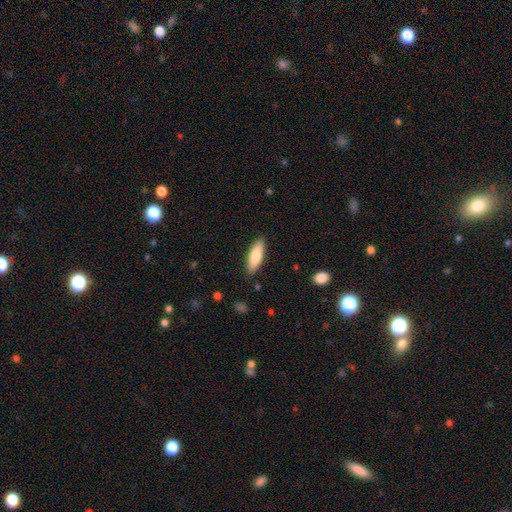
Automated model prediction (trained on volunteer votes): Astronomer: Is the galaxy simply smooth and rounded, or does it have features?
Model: smooth — 82%.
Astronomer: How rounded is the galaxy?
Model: in between — 50% (runner-up: cigar-shaped, 48%).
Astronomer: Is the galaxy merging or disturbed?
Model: none — 87%.